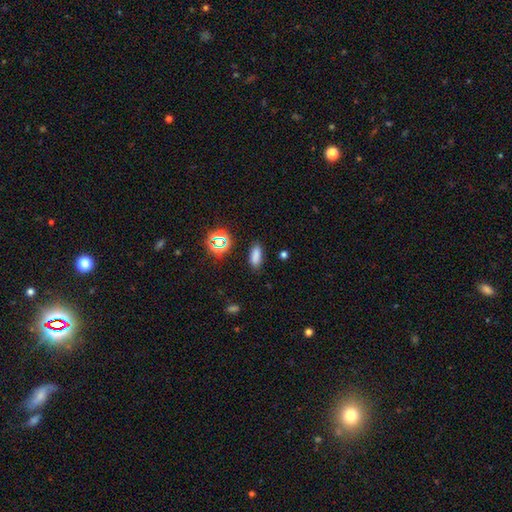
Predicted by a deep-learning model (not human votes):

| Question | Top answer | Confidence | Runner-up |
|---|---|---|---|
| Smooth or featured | smooth | 77% | star or artifact (17%) |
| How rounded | in between | 66% | cigar-shaped (28%) |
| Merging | none | 84% | minor disturbance (11%) |